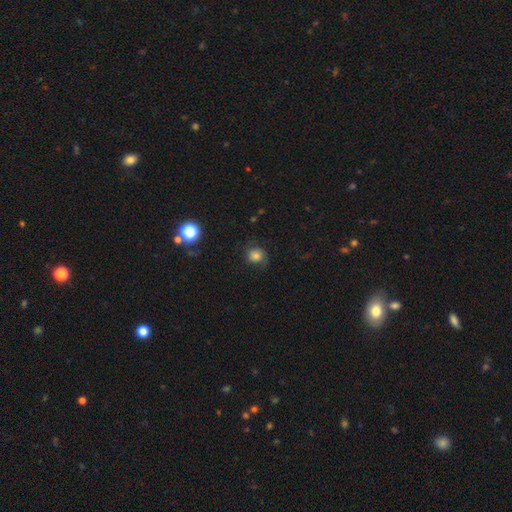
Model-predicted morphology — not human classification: type=smooth (56%); roundness=round (77%); merging=none (67%).